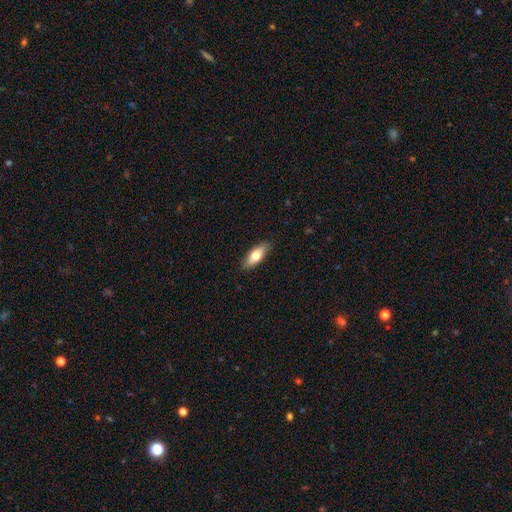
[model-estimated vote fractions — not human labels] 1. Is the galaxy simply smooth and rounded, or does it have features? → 66% smooth, 28% featured or disk, 6% star or artifact.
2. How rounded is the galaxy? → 69% in between, 28% cigar-shaped, 3% round.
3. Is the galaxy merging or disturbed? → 87% none, 10% minor disturbance, 2% major disturbance, 1% merger.